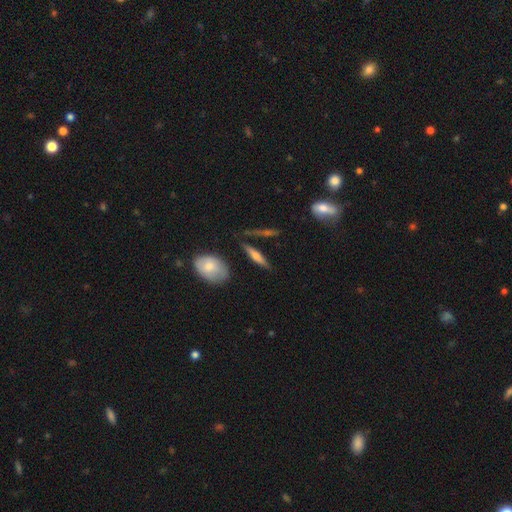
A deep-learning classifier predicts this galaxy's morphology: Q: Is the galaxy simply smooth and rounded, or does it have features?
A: smooth — 49%.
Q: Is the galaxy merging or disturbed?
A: none — 79%.